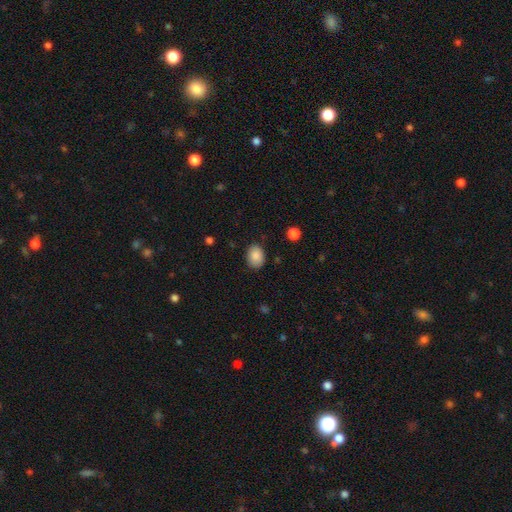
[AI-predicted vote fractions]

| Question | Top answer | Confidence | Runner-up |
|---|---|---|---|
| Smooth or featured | smooth | 88% | star or artifact (8%) |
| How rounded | in between | 74% | round (25%) |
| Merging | none | 83% | minor disturbance (13%) |